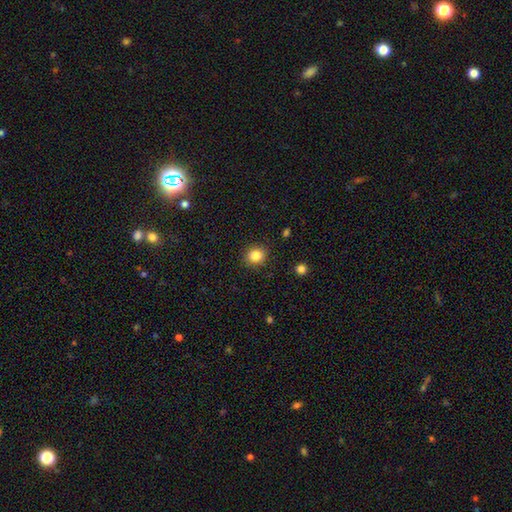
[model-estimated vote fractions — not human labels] Morphology: type=smooth (84%); roundness=round (80%); merging=none (88%).